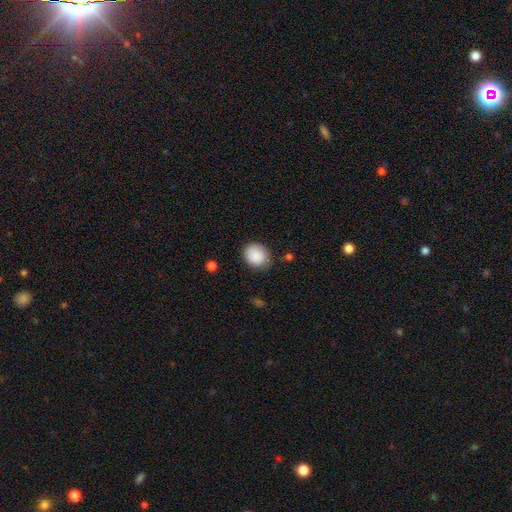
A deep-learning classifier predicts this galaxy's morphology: This appears to be a smooth galaxy with no disk features (88%) that is round (63%). Merging: none (76%).